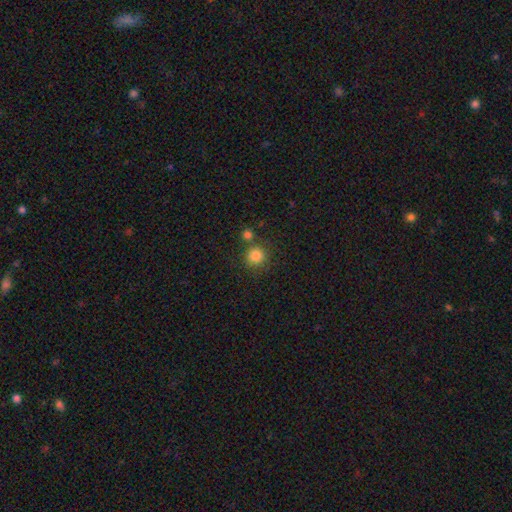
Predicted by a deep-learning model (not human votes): A smooth galaxy with no disk features (83%) that is round (93%). Merging: none (74%).